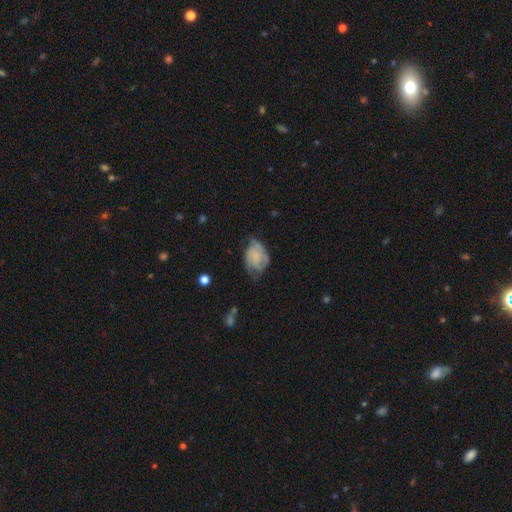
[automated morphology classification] A featured or disk galaxy (57%) with no bar (72%), spiral arms (80%) and no central bulge (52%).

Vote fractions:
- Smooth or featured? featured or disk: 57% / smooth: 35% / star or artifact: 8%
- Edge-on disk? no: 97% / yes: 3%
- Bar? no: 72% / weak: 23% / strong: 5%
- Spiral arms? yes: 80% / no: 20%
- Bulge size? none: 52% / small: 30% / moderate: 12% / large: 4% / dominant: 2%
- Merging? none: 43% / minor disturbance: 34% / major disturbance: 20% / merger: 2%